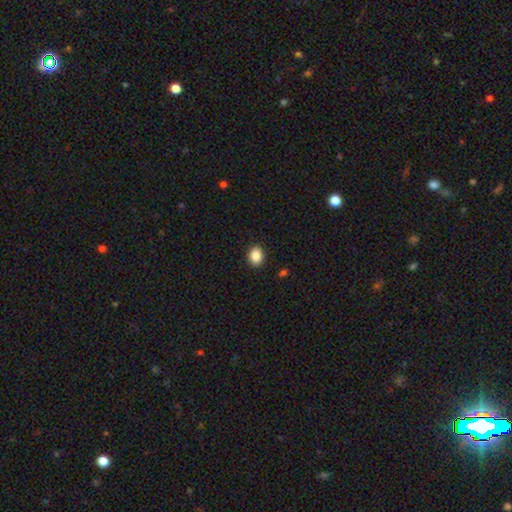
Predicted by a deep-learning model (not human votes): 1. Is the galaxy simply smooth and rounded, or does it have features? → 87% smooth, 9% star or artifact, 4% featured or disk.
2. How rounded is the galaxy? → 54% in between, 45% round, 1% cigar-shaped.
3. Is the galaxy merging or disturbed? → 90% none, 7% minor disturbance, 2% major disturbance, 1% merger.